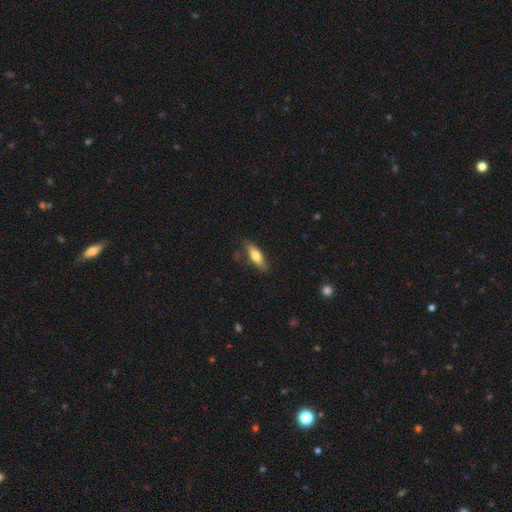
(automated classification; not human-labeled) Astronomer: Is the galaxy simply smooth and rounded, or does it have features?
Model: smooth — 68%.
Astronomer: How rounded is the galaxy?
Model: cigar-shaped — 52% (runner-up: in between, 46%).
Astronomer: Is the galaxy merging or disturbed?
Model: none — 77%.